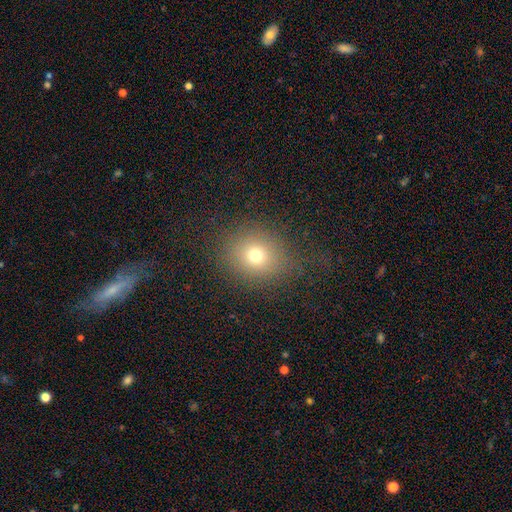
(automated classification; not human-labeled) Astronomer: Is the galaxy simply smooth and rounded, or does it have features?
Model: smooth — 71%.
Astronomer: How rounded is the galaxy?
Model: round — 76%.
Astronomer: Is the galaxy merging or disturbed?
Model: none — 79%.